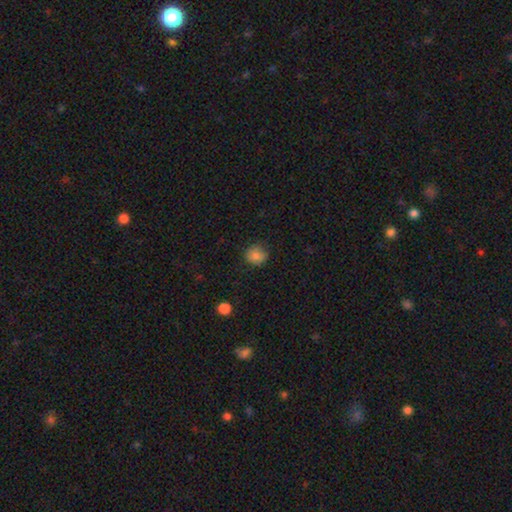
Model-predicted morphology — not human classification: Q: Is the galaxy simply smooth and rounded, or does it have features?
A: smooth — 84%.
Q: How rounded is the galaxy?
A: round — 87%.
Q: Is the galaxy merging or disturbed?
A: none — 82%.